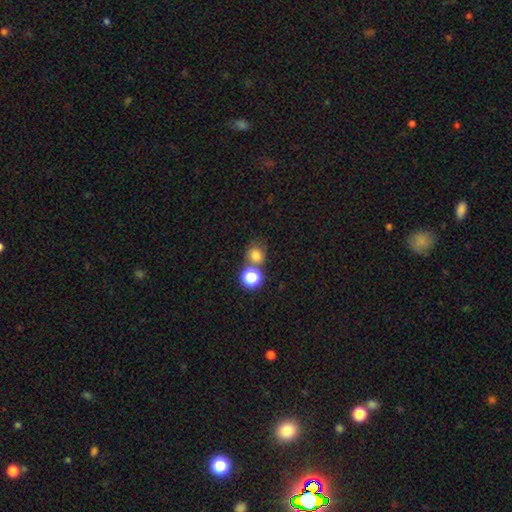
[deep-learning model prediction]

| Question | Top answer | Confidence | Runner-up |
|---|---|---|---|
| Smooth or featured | smooth | 76% | star or artifact (17%) |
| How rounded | round | 74% | in between (25%) |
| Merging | none | 54% | merger (29%) |